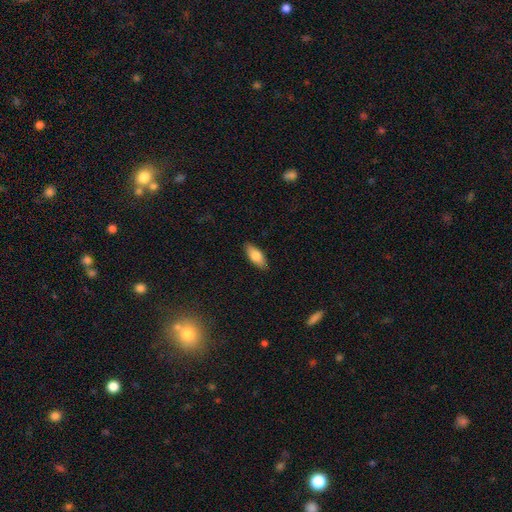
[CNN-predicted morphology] This is likely a smooth galaxy (78%). How rounded: clearly in between (81%). Merging: clearly none (88%).